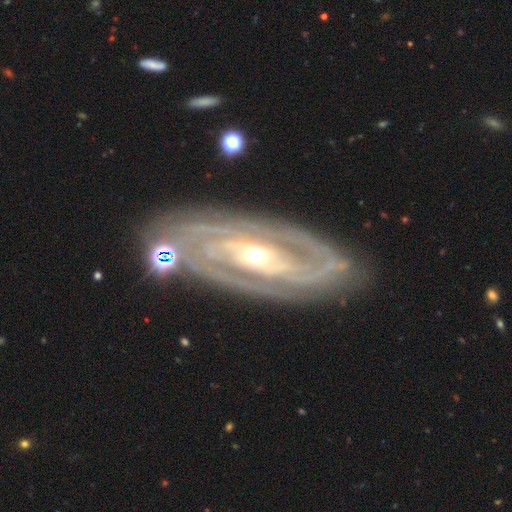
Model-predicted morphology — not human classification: Q: Smooth or featured?
A: featured or disk (91%); runner-up: smooth (4%)
Q: Edge-on disk?
A: no (93%); runner-up: yes (7%)
Q: Bar?
A: no (43%); runner-up: weak (30%)
Q: Spiral arms?
A: yes (96%); runner-up: no (4%)
Q: Spiral winding?
A: tight (71%); runner-up: medium (24%)
Q: Spiral arm count?
A: 2 (46%); runner-up: 3 (21%)
Q: Bulge size?
A: moderate (53%); runner-up: small (43%)
Q: Merging?
A: none (79%); runner-up: minor disturbance (14%)